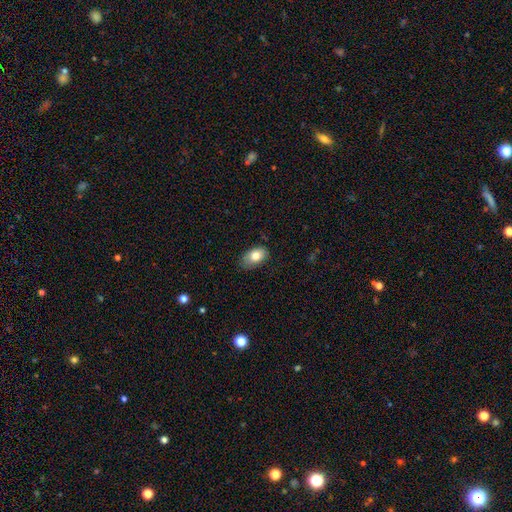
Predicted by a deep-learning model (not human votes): Morphology: type=smooth (78%); roundness=in between (89%); merging=none (71%).